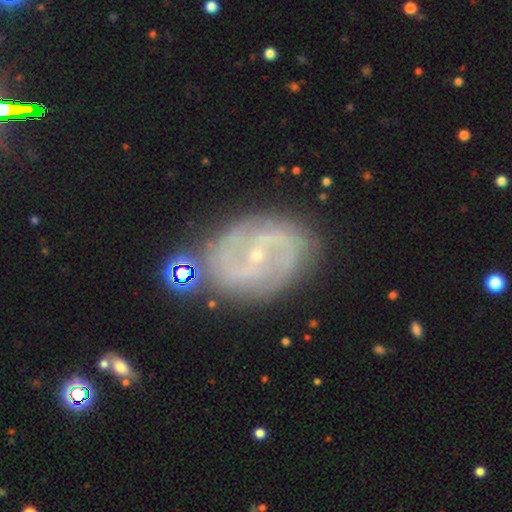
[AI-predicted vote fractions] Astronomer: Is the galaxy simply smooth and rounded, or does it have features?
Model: featured or disk — 86%.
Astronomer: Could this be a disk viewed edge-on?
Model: no — 97%.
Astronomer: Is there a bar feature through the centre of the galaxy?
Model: no — 42% (runner-up: weak, 41%).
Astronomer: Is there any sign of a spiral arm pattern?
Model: yes — 94%.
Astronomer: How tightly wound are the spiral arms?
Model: medium — 48% (runner-up: tight, 31%).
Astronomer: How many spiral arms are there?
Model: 2 — 76%.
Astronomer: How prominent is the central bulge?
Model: small — 85%.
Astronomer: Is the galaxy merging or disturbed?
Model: none — 76%.